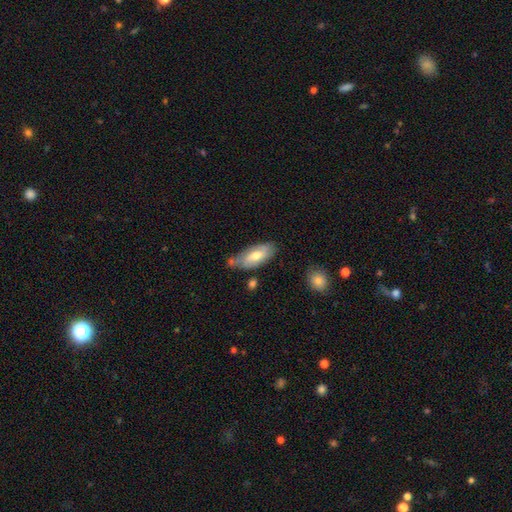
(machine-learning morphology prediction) smooth-or-featured: smooth: 59% | featured or disk: 35% | star or artifact: 6%
  how-rounded: in between: 79% | cigar-shaped: 18% | round: 2%
  merging: none: 58% | minor disturbance: 27% | merger: 9% | major disturbance: 6%